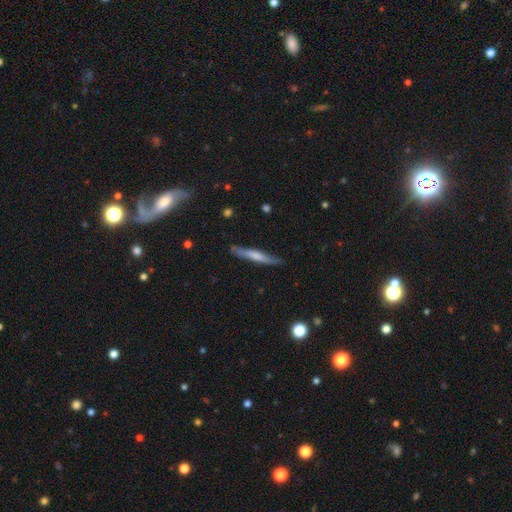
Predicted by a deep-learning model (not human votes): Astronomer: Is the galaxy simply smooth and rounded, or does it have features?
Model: smooth — 51% (runner-up: featured or disk, 44%).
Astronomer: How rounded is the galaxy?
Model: cigar-shaped — 94%.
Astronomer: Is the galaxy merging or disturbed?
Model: none — 81%.